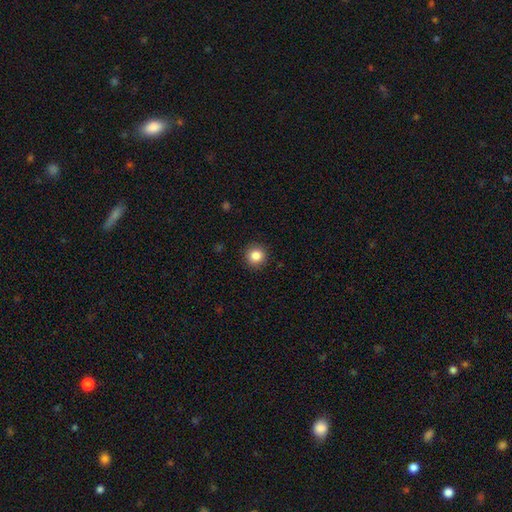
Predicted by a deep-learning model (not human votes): smooth-or-featured: smooth: 86% | star or artifact: 10% | featured or disk: 4%
  how-rounded: round: 94% | in between: 5% | cigar-shaped: 1%
  merging: none: 91% | minor disturbance: 6% | major disturbance: 2% | merger: 1%